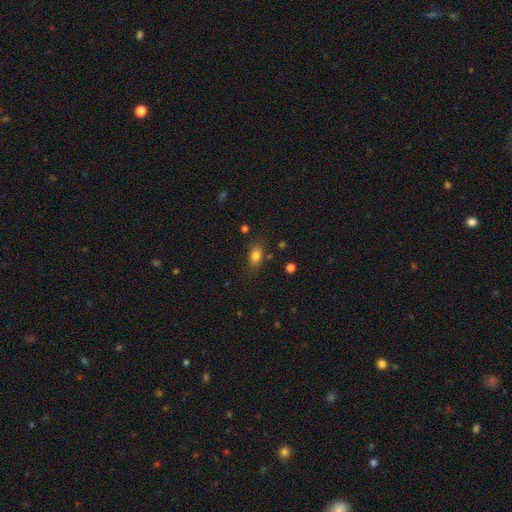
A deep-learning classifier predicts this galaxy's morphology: smooth_or_featured: smooth (p=0.80) [alt: star or artifact p=0.12]
how_rounded: in between (p=0.76) [alt: round p=0.20]
merging: none (p=0.77) [alt: minor disturbance p=0.16]